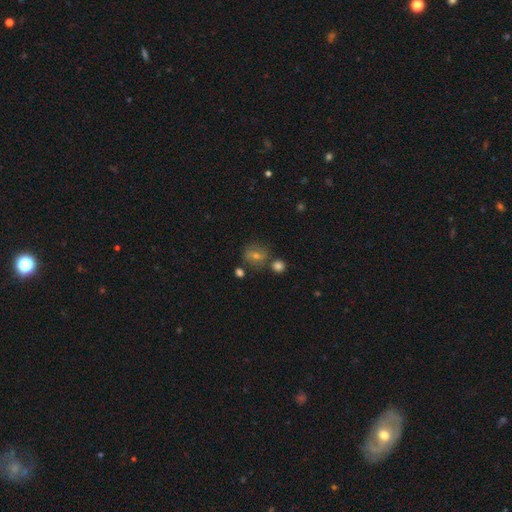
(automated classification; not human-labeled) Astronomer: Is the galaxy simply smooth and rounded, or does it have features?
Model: smooth — 50% (runner-up: featured or disk, 29%).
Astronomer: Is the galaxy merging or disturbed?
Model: none — 69%.